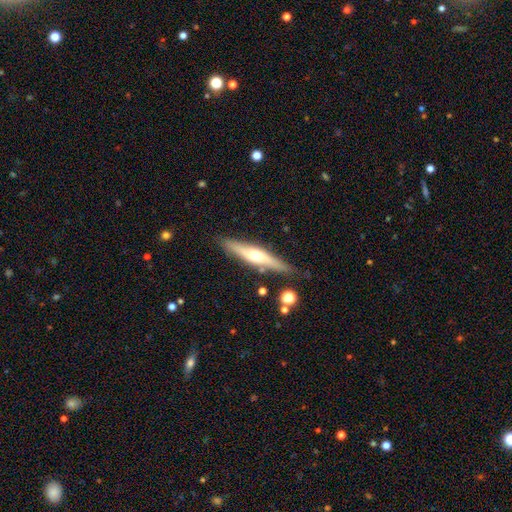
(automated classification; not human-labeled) featured or disk 62%, smooth 32%, star or artifact 6%. Down the decision tree: edge-on disk — yes (93%); edge-on bulge — rounded (88%); merging — none (82%).